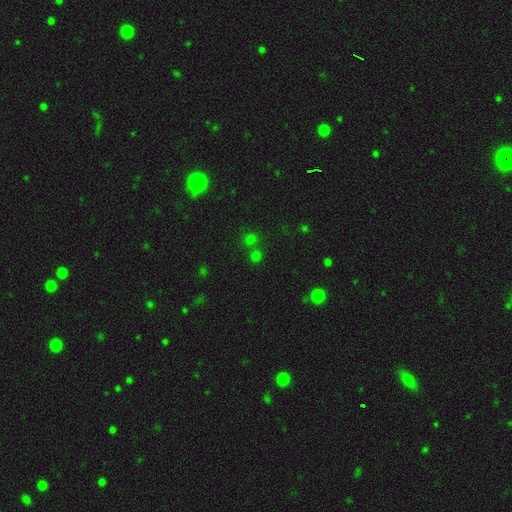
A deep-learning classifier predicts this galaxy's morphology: Smooth or featured? smooth (57%)
How rounded? round (87%)
Merging? none (65%)